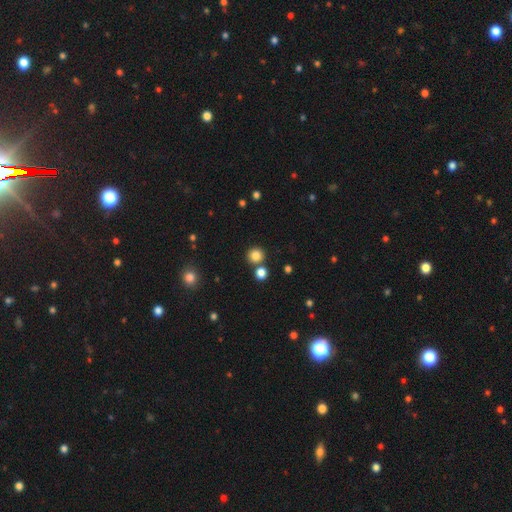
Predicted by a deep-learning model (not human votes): Smooth or featured? smooth (83%)
How rounded? round (91%)
Merging? none (78%)